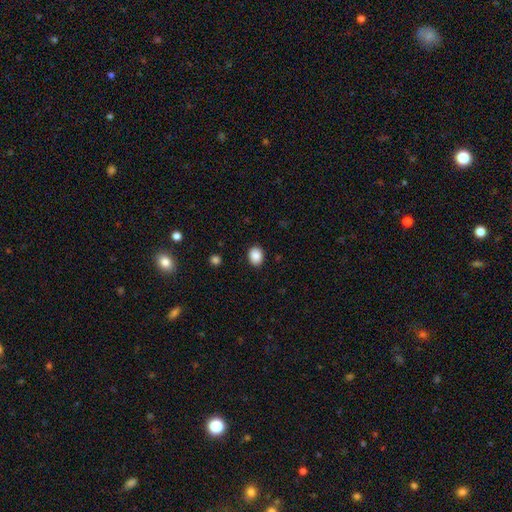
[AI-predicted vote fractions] Q: Smooth or featured?
A: smooth (88%); runner-up: star or artifact (8%)
Q: How rounded?
A: in between (54%); runner-up: round (45%)
Q: Merging?
A: none (90%); runner-up: minor disturbance (7%)